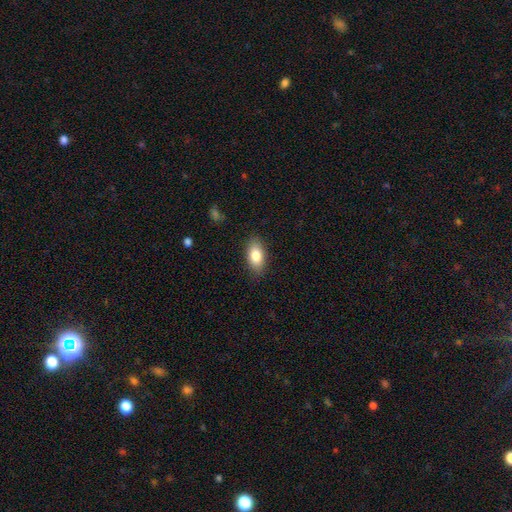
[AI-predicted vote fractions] smooth-or-featured: smooth: 82% | featured or disk: 11% | star or artifact: 7%
  how-rounded: in between: 90% | round: 5% | cigar-shaped: 5%
  merging: none: 87% | minor disturbance: 10% | major disturbance: 2% | merger: 1%